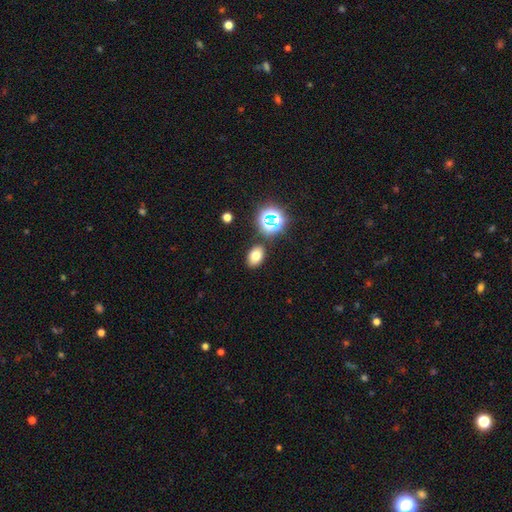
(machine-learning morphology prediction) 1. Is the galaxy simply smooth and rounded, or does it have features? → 71% smooth, 18% star or artifact, 10% featured or disk.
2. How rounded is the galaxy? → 80% in between, 19% round, 1% cigar-shaped.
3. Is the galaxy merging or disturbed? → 84% none, 9% minor disturbance, 5% merger, 3% major disturbance.